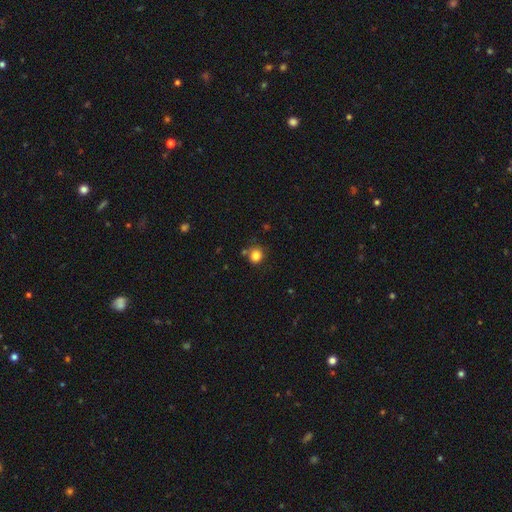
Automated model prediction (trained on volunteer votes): The model was most divided on "merging": none: 76%, minor disturbance: 12%, merger: 8%, major disturbance: 3%. More confident: how rounded — round (86%); smooth or featured — smooth (83%).